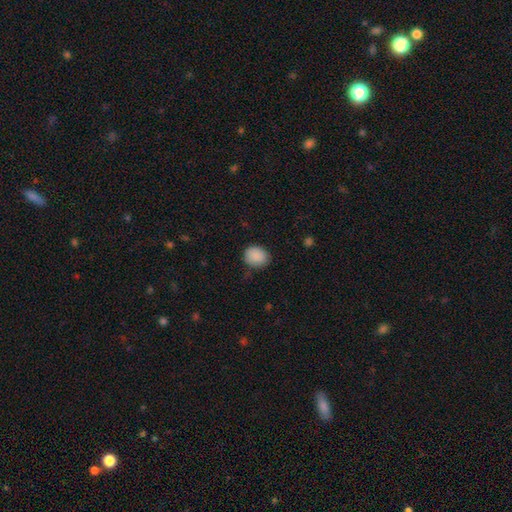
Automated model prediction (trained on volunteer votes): Smooth or featured: smooth — 89% (star or artifact — 8%)
How rounded: round — 58% (in between — 41%)
Merging: none — 78% (minor disturbance — 17%)